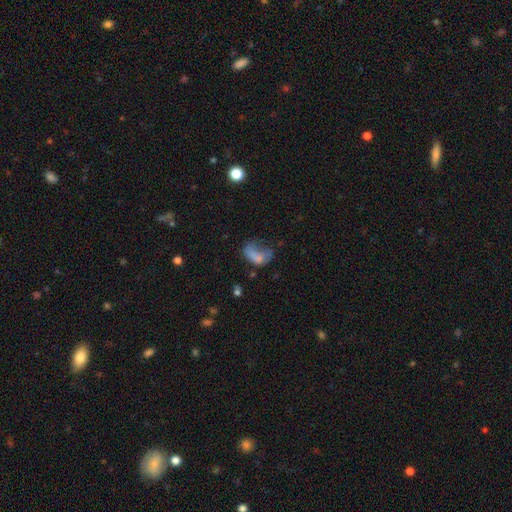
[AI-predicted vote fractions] A smooth galaxy with no disk features (60%) that is in between round and cigar-shaped (85%).

Vote fractions:
- Smooth or featured? smooth: 60% / featured or disk: 28% / star or artifact: 12%
- How rounded? in between: 85% / round: 12% / cigar-shaped: 4%
- Merging? major disturbance: 53% / minor disturbance: 21% / none: 20% / merger: 6%